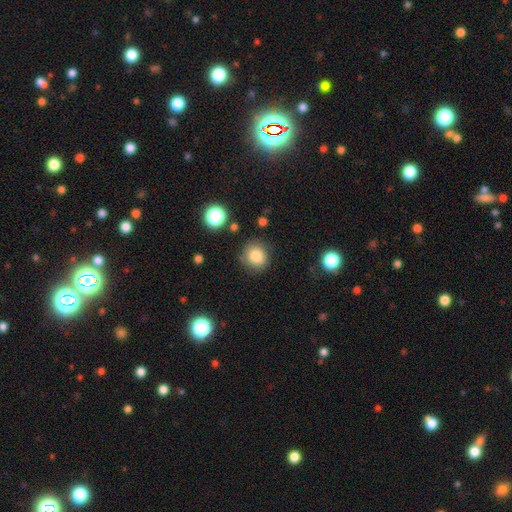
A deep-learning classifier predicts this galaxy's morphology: type=smooth (81%); roundness=round (85%); merging=none (79%).